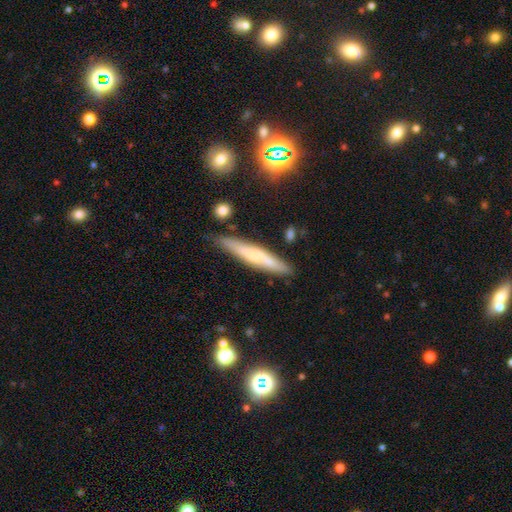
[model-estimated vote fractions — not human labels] Smooth or featured: smooth — 51% (featured or disk — 41%)
How rounded: cigar-shaped — 91% (in between — 7%)
Merging: none — 81% (minor disturbance — 13%)